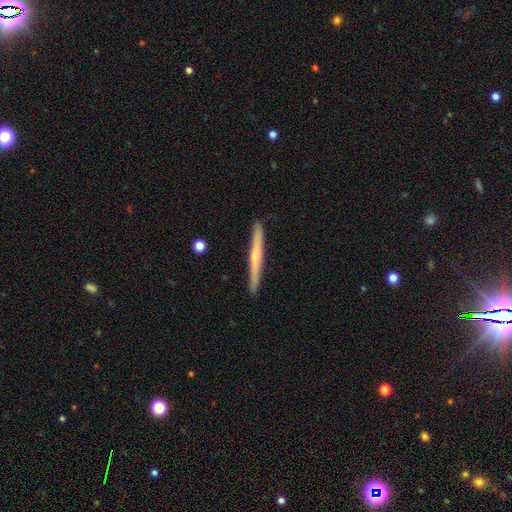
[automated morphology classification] featured or disk 57%, smooth 38%, star or artifact 6%. Down the decision tree: edge-on disk — yes (97%); edge-on bulge — rounded (58%); merging — none (92%).